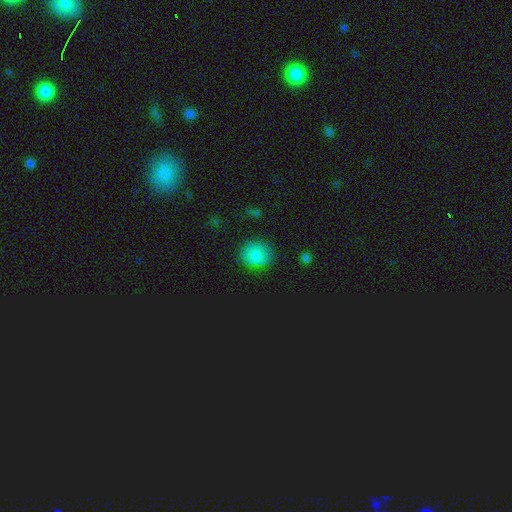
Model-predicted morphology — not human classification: A smooth galaxy with no disk features (79%) that is round (73%).

Vote fractions:
- Smooth or featured? smooth: 79% / star or artifact: 15% / featured or disk: 6%
- How rounded? round: 73% / in between: 26% / cigar-shaped: 1%
- Merging? none: 80% / minor disturbance: 15% / major disturbance: 4% / merger: 2%